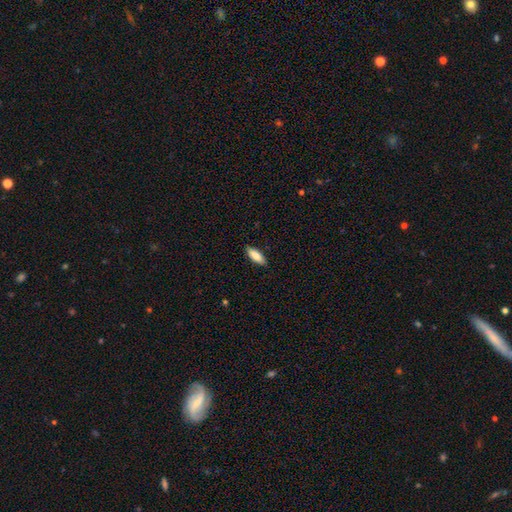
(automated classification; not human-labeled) The model was most divided on "how rounded": in between: 68%, cigar-shaped: 30%, round: 2%. More confident: merging — none (88%); smooth or featured — smooth (85%).